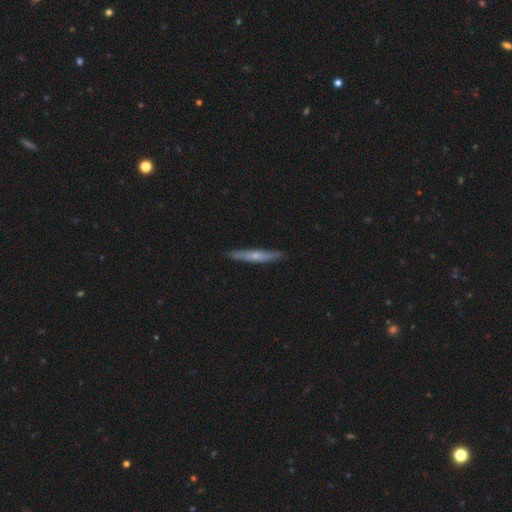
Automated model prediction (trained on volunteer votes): smooth_or_featured: featured or disk (p=0.50) [alt: smooth p=0.45]
merging: none (p=0.87) [alt: minor disturbance p=0.10]